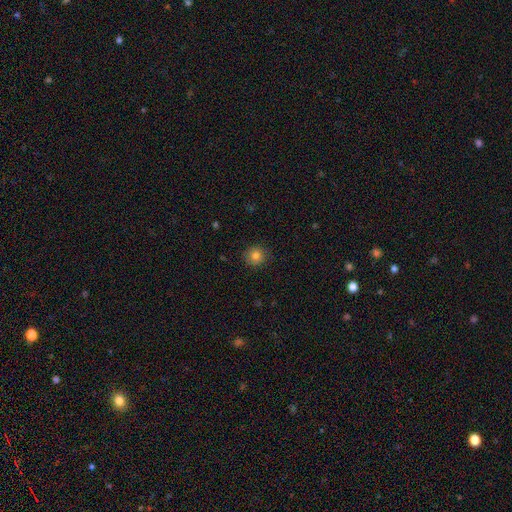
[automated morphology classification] Smooth or featured?
  - smooth: 81% *
  - star or artifact: 12%
  - featured or disk: 7%
How rounded?
  - round: 91% *
  - in between: 8%
  - cigar-shaped: 1%
Merging?
  - none: 90% *
  - minor disturbance: 7%
  - major disturbance: 2%
  - merger: 1%